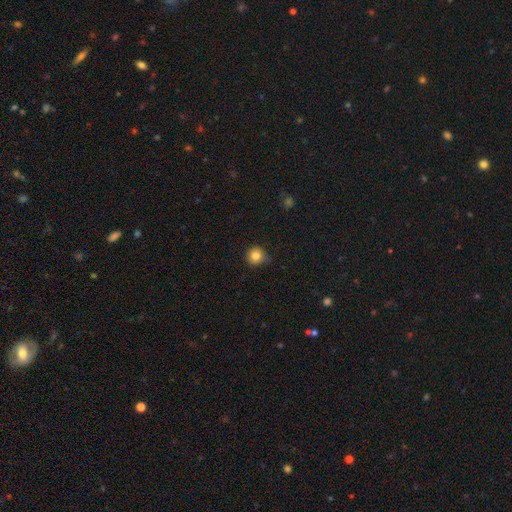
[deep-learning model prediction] smooth_or_featured: smooth (p=0.81) [alt: star or artifact p=0.11]
how_rounded: round (p=0.90) [alt: in between p=0.09]
merging: none (p=0.71) [alt: minor disturbance p=0.23]